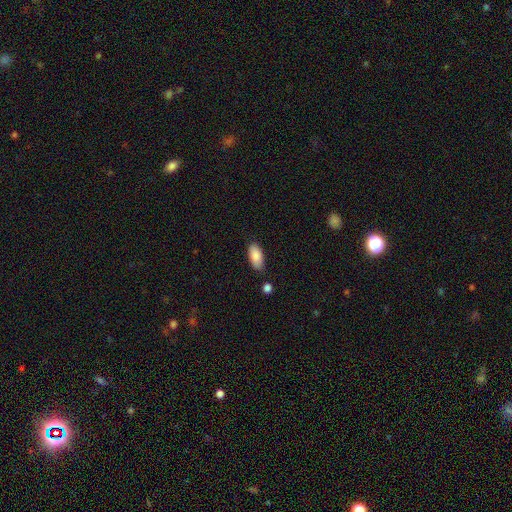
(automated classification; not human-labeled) Smooth or featured: smooth — 88% (star or artifact — 6%)
How rounded: in between — 90% (cigar-shaped — 8%)
Merging: none — 79% (minor disturbance — 15%)